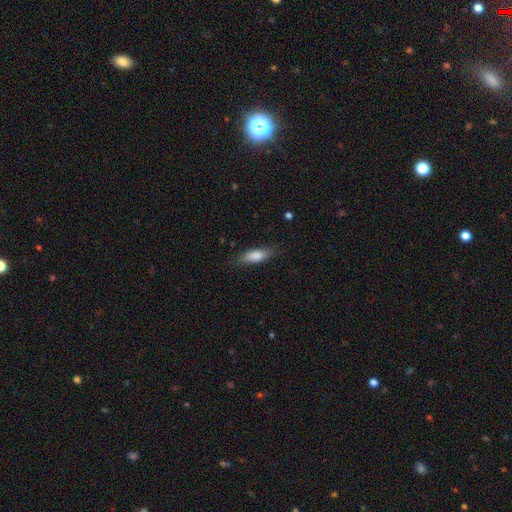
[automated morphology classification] This appears to be a smooth galaxy with no disk features (81%) that is in between round and cigar-shaped (57%). Merging: none (79%).